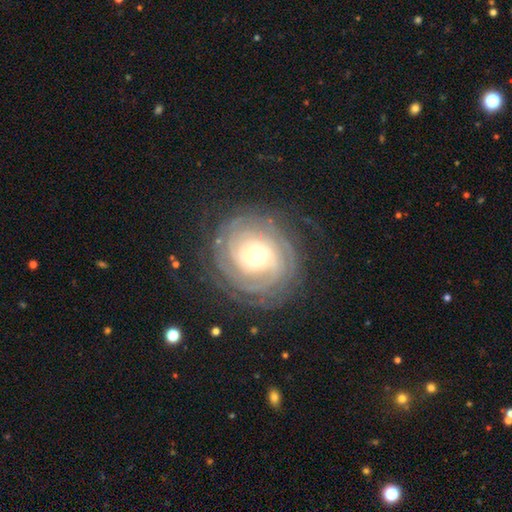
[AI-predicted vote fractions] smooth-or-featured: featured or disk: 85% | smooth: 9% | star or artifact: 6%
  disk-edge-on: no: 97% | yes: 3%
    bar: no: 69% | weak: 23% | strong: 9%
    has-spiral-arms: yes: 96% | no: 4%
      spiral-winding: tight: 82% | medium: 14% | loose: 4%
      spiral-arm-count: can't tell: 35% | 2: 17% | 3: 15% | 4: 14% | more than 4: 12% | 1: 7%
    bulge-size: moderate: 48% | small: 42% | large: 8% | dominant: 1% | none: 1%
  merging: none: 79% | minor disturbance: 13% | major disturbance: 6% | merger: 1%